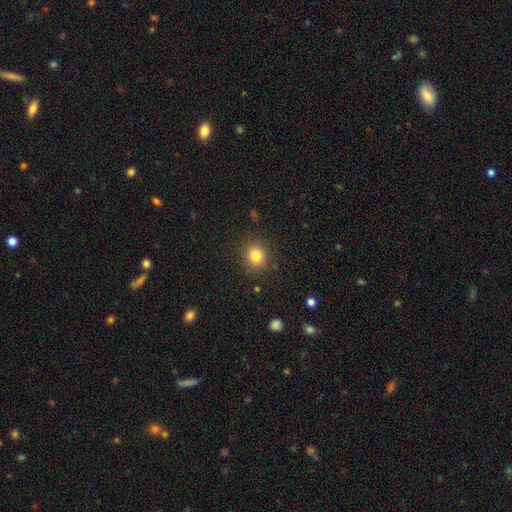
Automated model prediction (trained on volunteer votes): smooth_or_featured: smooth (p=0.82) [alt: star or artifact p=0.12]
how_rounded: round (p=0.85) [alt: in between p=0.14]
merging: none (p=0.88) [alt: minor disturbance p=0.08]